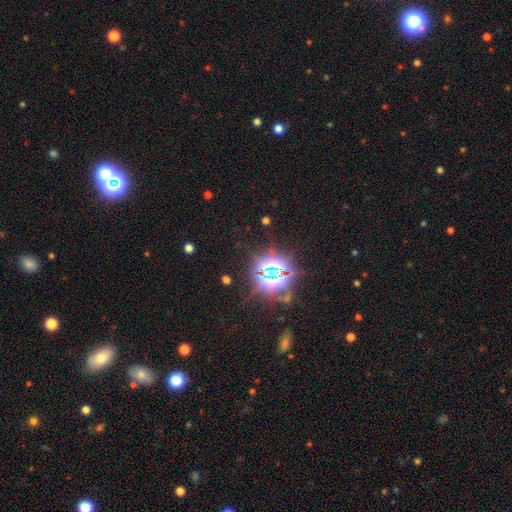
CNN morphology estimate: Smooth or featured? star or artifact (82%)